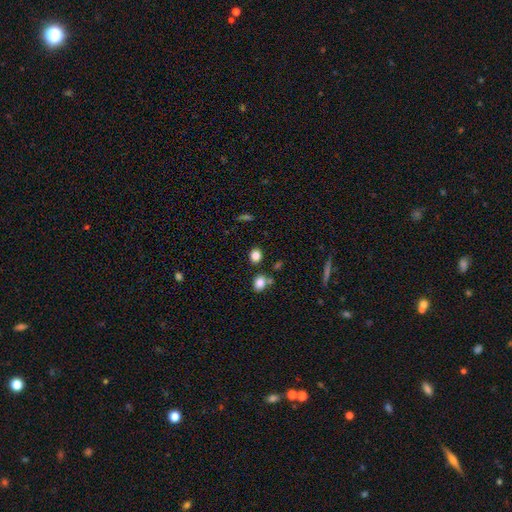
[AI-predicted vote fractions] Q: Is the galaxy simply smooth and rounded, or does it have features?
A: smooth — 84%.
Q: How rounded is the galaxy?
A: round — 58%.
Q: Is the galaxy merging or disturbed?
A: none — 77%.